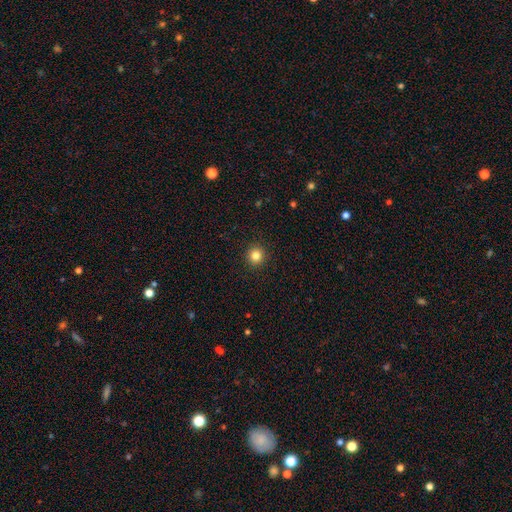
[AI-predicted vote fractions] A smooth galaxy with no disk features (83%) that is round (94%).

Vote fractions:
- Smooth or featured? smooth: 83% / star or artifact: 12% / featured or disk: 5%
- How rounded? round: 94% / in between: 5% / cigar-shaped: 1%
- Merging? none: 93% / minor disturbance: 4% / major disturbance: 2% / merger: 1%